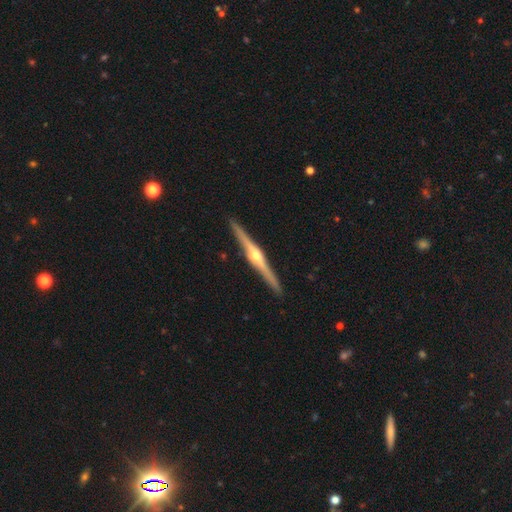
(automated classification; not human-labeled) smooth-or-featured: featured or disk: 85% | smooth: 10% | star or artifact: 5%
  disk-edge-on: yes: 99% | no: 1%
    edge-on-bulge: rounded: 94% | boxy: 3% | none: 3%
  merging: none: 92% | minor disturbance: 6% | major disturbance: 1% | merger: 1%